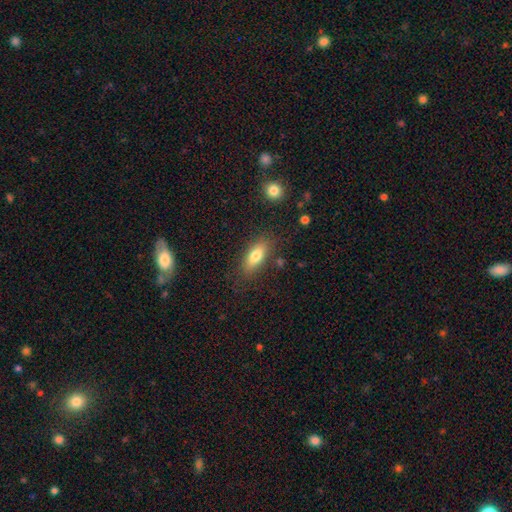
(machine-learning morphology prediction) Overall: smooth (77%). How rounded: in between (76%). Merging: none (80%).